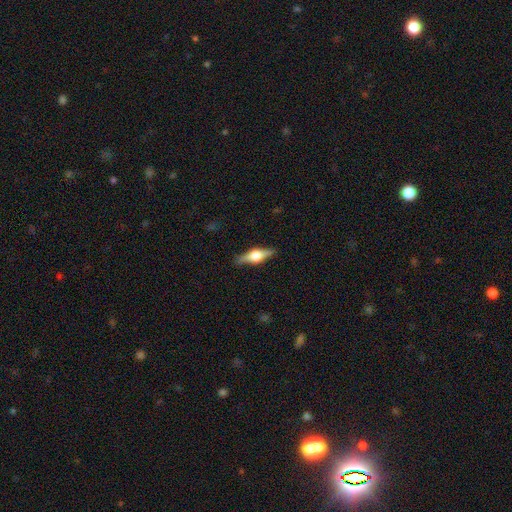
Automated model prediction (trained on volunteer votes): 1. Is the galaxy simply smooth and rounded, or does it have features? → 74% featured or disk, 20% smooth, 6% star or artifact.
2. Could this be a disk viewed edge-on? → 97% yes, 3% no.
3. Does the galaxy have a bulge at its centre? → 94% rounded, 5% boxy, 1% none.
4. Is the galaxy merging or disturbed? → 88% none, 8% minor disturbance, 2% major disturbance, 1% merger.